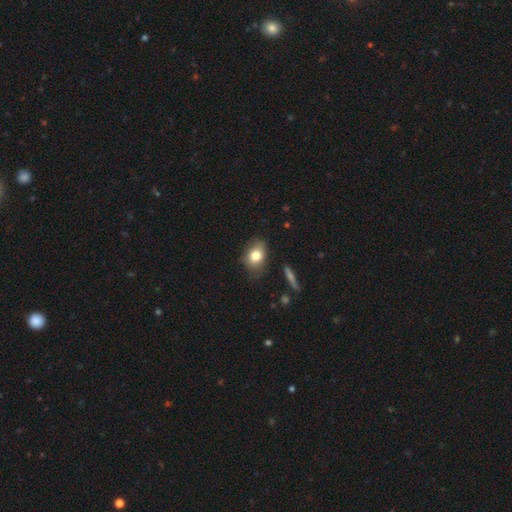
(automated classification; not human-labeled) Smooth or featured? smooth (78%)
How rounded? in between (69%)
Merging? none (72%)